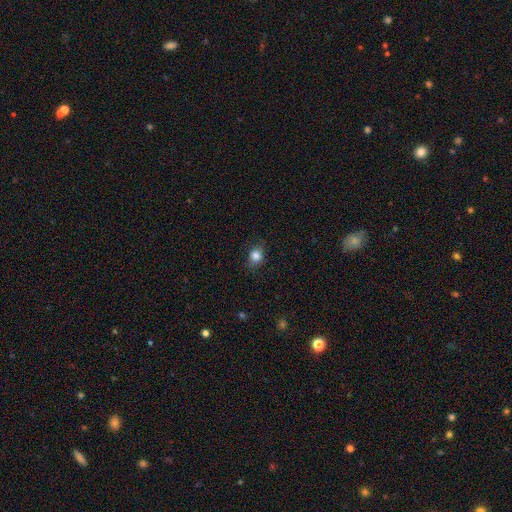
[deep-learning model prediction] smooth-or-featured: smooth: 83% | star or artifact: 11% | featured or disk: 7%
  how-rounded: round: 54% | in between: 44% | cigar-shaped: 2%
  merging: none: 80% | minor disturbance: 15% | major disturbance: 4% | merger: 1%